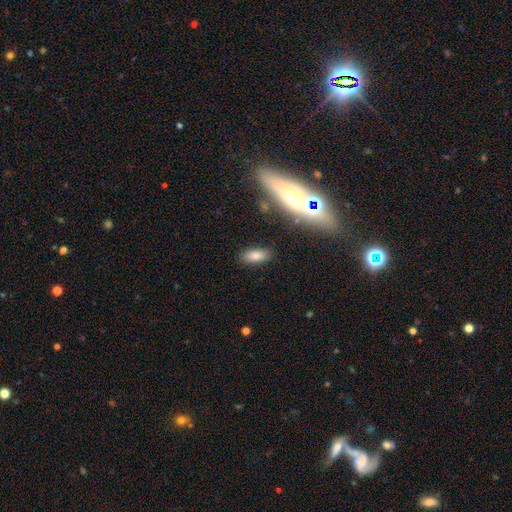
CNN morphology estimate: The model was most divided on "smooth or featured": smooth: 80%, star or artifact: 11%, featured or disk: 9%. More confident: how rounded — in between (85%); merging — none (84%).